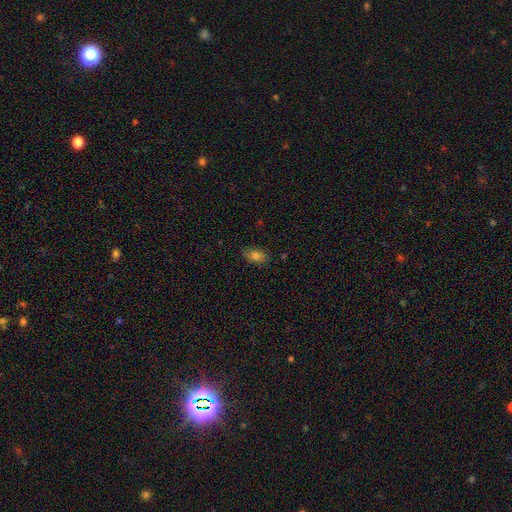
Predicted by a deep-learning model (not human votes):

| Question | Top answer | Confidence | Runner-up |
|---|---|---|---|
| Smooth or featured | smooth | 78% | star or artifact (12%) |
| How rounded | in between | 86% | round (9%) |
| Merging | none | 78% | minor disturbance (18%) |